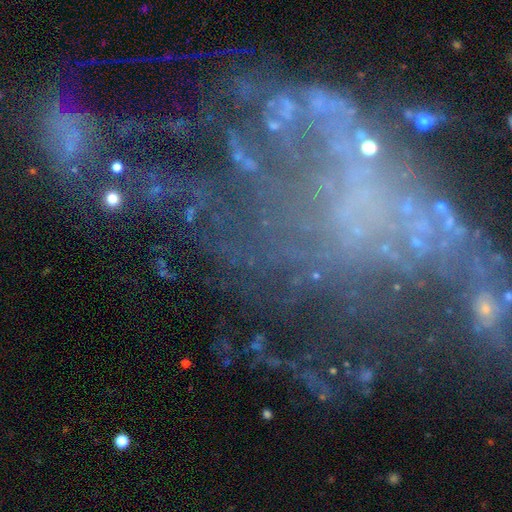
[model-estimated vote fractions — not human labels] A featured or disk galaxy (60%) with no bar (83%), no spiral arms (65%) and no central bulge (77%).

Vote fractions:
- Smooth or featured? featured or disk: 60% / star or artifact: 26% / smooth: 13%
- Edge-on disk? no: 95% / yes: 5%
- Bar? no: 83% / weak: 11% / strong: 6%
- Spiral arms? no: 65% / yes: 35%
- Bulge size? none: 77% / small: 13% / moderate: 6% / large: 2% / dominant: 2%
- Merging? major disturbance: 42% / none: 32% / minor disturbance: 13% / merger: 12%